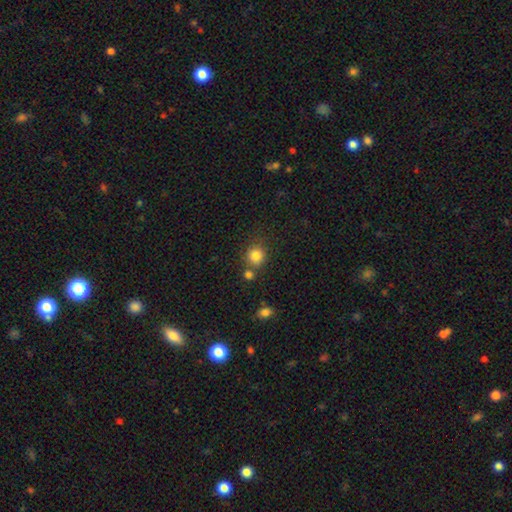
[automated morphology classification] The model was most divided on "merging": none: 68%, merger: 17%, minor disturbance: 11%, major disturbance: 4%. More confident: how rounded — round (86%); smooth or featured — smooth (83%).